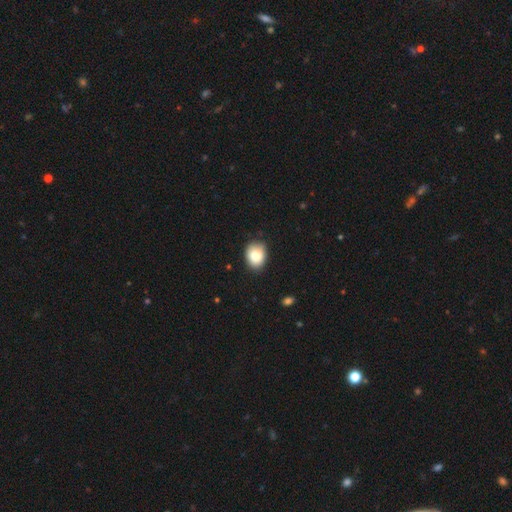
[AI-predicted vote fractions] Smooth or featured: smooth — 84% (star or artifact — 8%)
How rounded: in between — 59% (round — 40%)
Merging: none — 73% (minor disturbance — 22%)